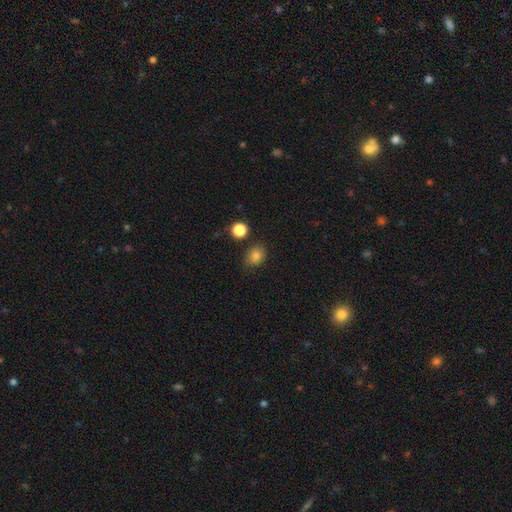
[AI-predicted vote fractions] Smooth or featured?
  - smooth: 82% *
  - star or artifact: 12%
  - featured or disk: 6%
How rounded?
  - round: 54% *
  - in between: 45%
  - cigar-shaped: 1%
Merging?
  - none: 75% *
  - minor disturbance: 17%
  - merger: 4%
  - major disturbance: 4%